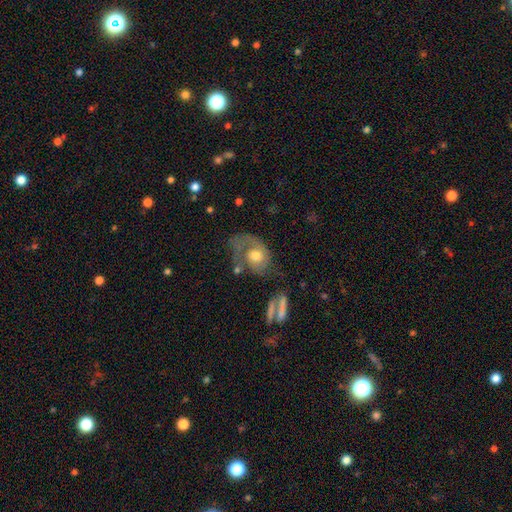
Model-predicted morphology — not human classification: featured or disk 63%, smooth 30%, star or artifact 7%. Down the decision tree: edge-on disk — no (96%); bar — no (79%); spiral arms — yes (80%); bulge size — moderate (69%); merging — major disturbance (39%).